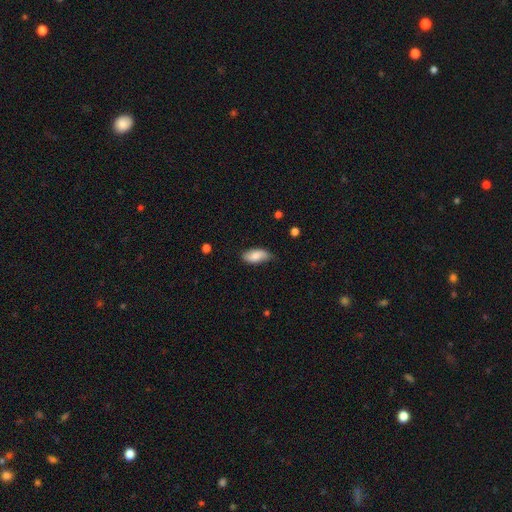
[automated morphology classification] This is likely a smooth galaxy (80%). How rounded: clearly in between (91%). Merging: likely none (64%).